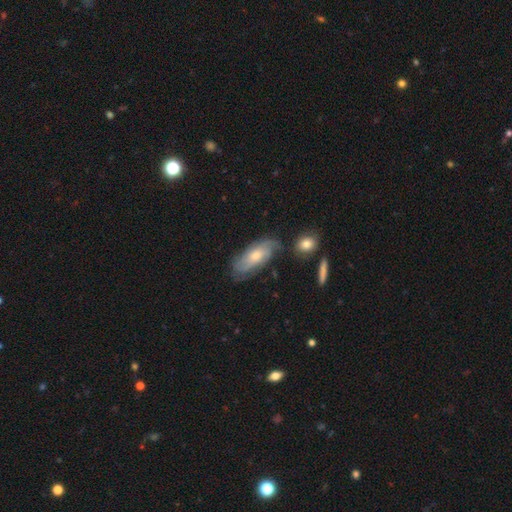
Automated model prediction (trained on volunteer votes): smooth-or-featured: featured or disk: 58% | smooth: 35% | star or artifact: 7%
  disk-edge-on: no: 85% | yes: 15%
  merging: none: 69% | minor disturbance: 21% | major disturbance: 6% | merger: 4%